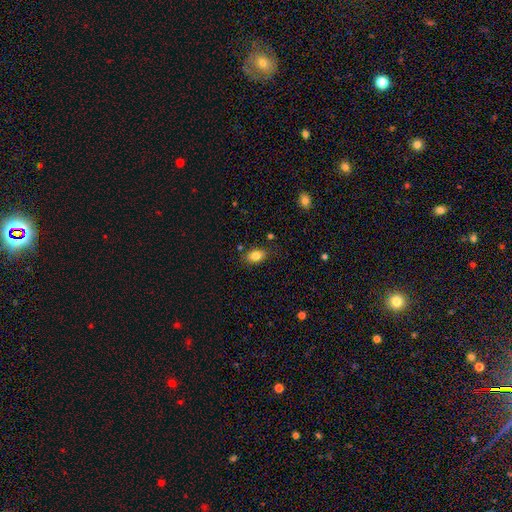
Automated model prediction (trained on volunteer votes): A smooth galaxy with no disk features (83%) that is in between round and cigar-shaped (84%). Merging: none (80%).